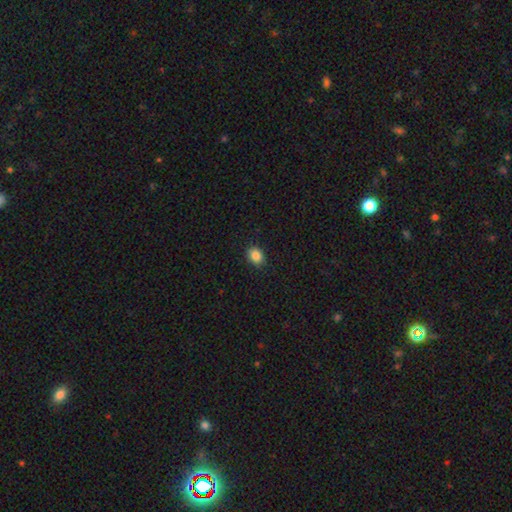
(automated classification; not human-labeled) The model was most divided on "how rounded": in between: 52%, round: 47%, cigar-shaped: 1%. More confident: merging — none (89%); smooth or featured — smooth (87%).